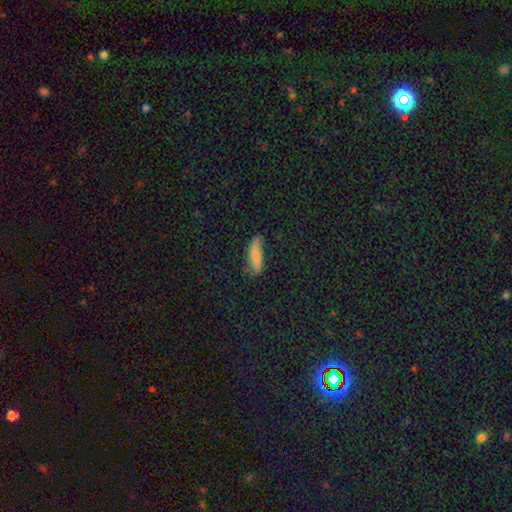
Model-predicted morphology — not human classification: smooth_or_featured: smooth (p=0.71) [alt: featured or disk p=0.20]
how_rounded: cigar-shaped (p=0.56) [alt: in between p=0.41]
merging: none (p=0.66) [alt: minor disturbance p=0.24]